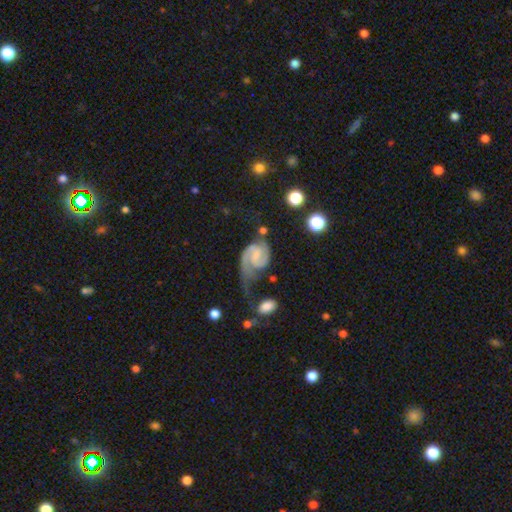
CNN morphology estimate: smooth_or_featured: featured or disk (p=0.85) [alt: smooth p=0.09]
disk_edge_on: no (p=0.98) [alt: yes p=0.02]
bar: weak (p=0.50) [alt: no p=0.35]
has_spiral_arms: yes (p=0.97) [alt: no p=0.03]
spiral_winding: medium (p=0.48) [alt: tight p=0.32]
spiral_arm_count: 2 (p=0.78) [alt: 1 p=0.13]
bulge_size: small (p=0.43) [alt: none p=0.29]
merging: major disturbance (p=0.36) [alt: none p=0.31]